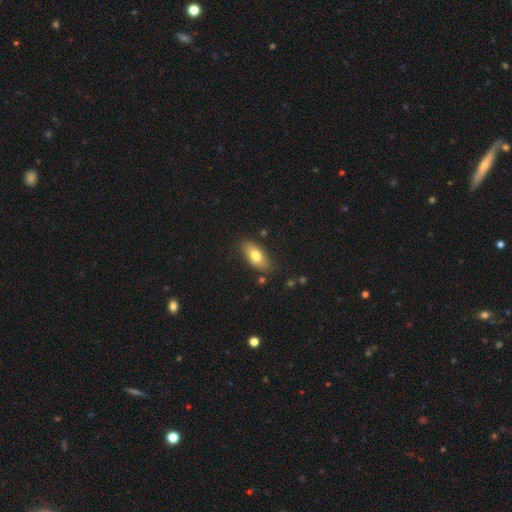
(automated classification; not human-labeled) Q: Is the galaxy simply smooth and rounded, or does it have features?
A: smooth — 74%.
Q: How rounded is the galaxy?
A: in between — 86%.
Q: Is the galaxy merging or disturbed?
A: none — 82%.